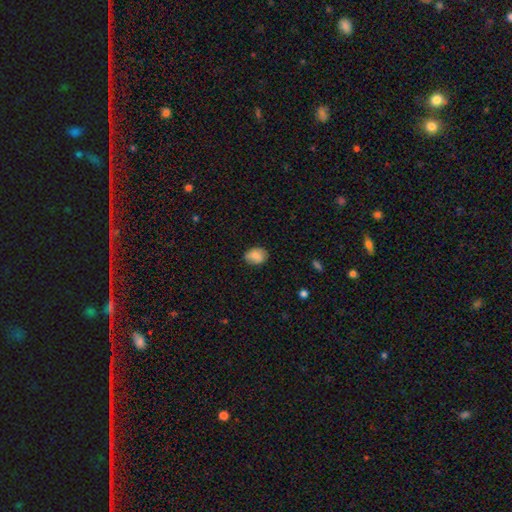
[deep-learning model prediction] Smooth or featured? Predicted: smooth (p=0.80). How rounded? Predicted: in between (p=0.62). Merging? Predicted: none (p=0.78).